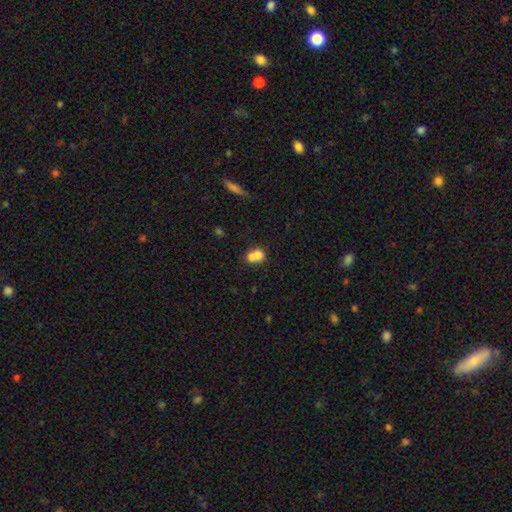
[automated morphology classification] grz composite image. It shows a smooth galaxy with no disk features (71%) that is round (59%). Merging: merger (62%).